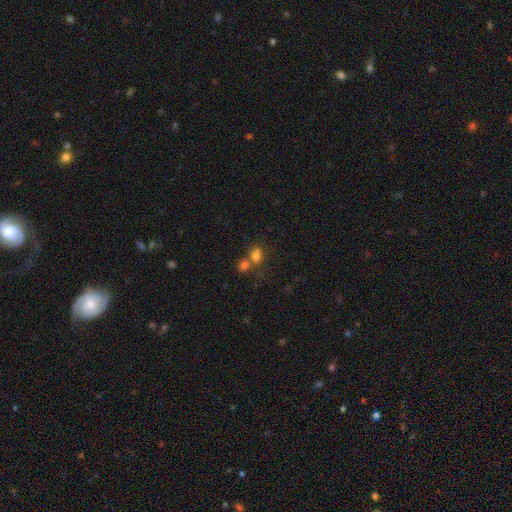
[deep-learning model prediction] This is likely a smooth galaxy (73%). How rounded: likely in between (62%). Merging: possibly merger (49%).